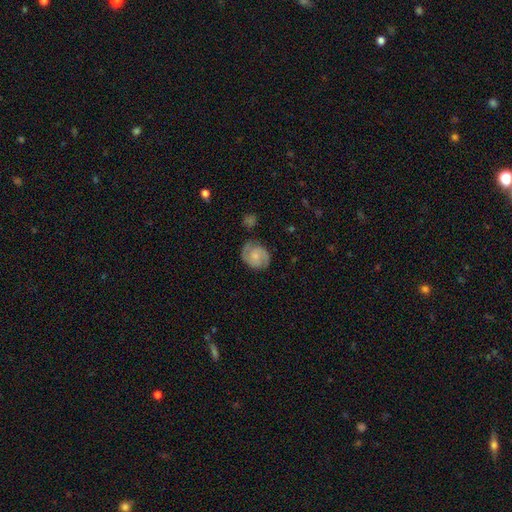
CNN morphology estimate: Smooth or featured: featured or disk — 69% (smooth — 25%)
Edge-on disk: no — 98% (yes — 2%)
Bar: no — 60% (weak — 34%)
Spiral arms: yes — 94% (no — 6%)
Spiral winding: medium — 46% (tight — 40%)
Spiral arm count: 2 — 85% (can't tell — 7%)
Bulge size: small — 48% (moderate — 34%)
Merging: none — 70% (minor disturbance — 20%)